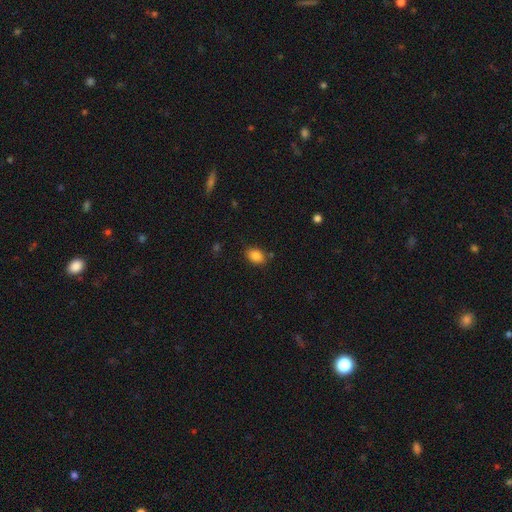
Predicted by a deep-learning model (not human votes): The model was most divided on "how rounded": in between: 80%, round: 19%, cigar-shaped: 1%. More confident: smooth or featured — smooth (86%); merging — none (81%).